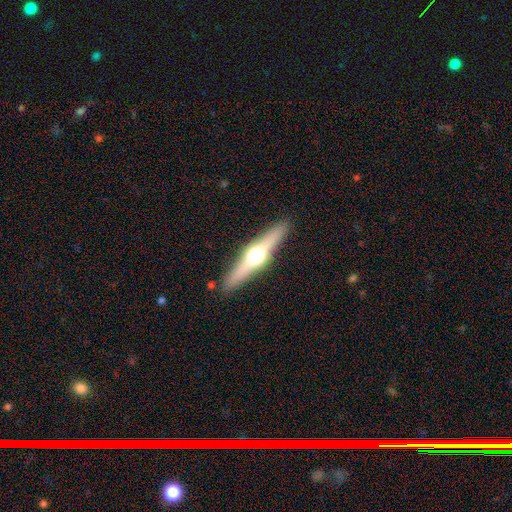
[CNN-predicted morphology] type=featured or disk (66%); edge-on=yes (96%); edge-on bulge=rounded (95%); merging=none (90%).